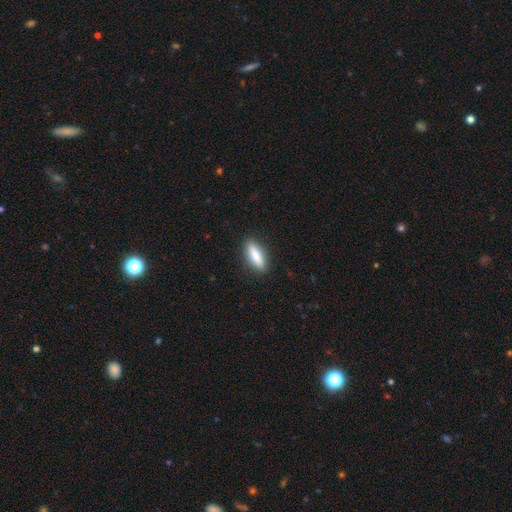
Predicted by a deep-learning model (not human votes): Smooth or featured: smooth — 77% (featured or disk — 16%)
How rounded: cigar-shaped — 52% (in between — 45%)
Merging: none — 89% (minor disturbance — 8%)